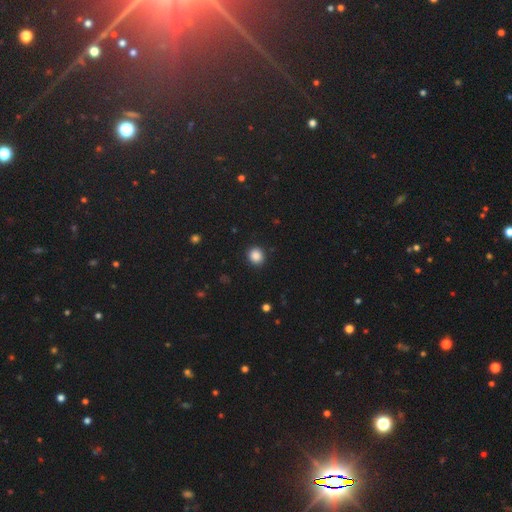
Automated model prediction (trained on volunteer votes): The model was most divided on "how rounded": round: 87%, in between: 12%, cigar-shaped: 1%. More confident: merging — none (90%); smooth or featured — smooth (87%).